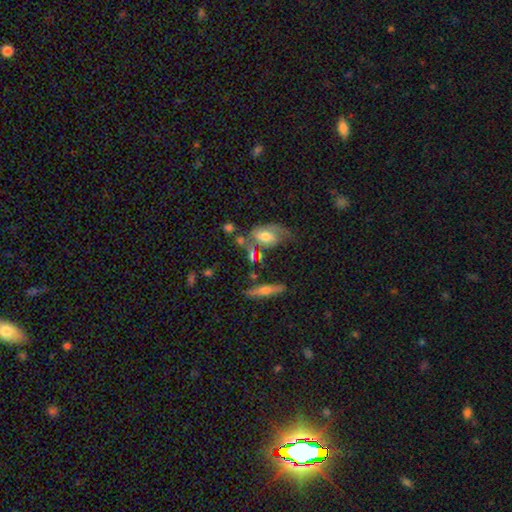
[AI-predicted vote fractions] Overall: smooth (50%; featured or disk 40%). How rounded: in between (72%). Merging: none (42%; merger 21%).